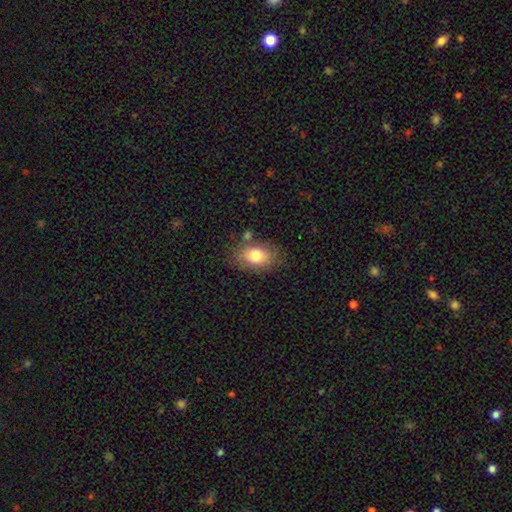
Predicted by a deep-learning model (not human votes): The model was most divided on "merging": none: 73%, minor disturbance: 16%, merger: 6%, major disturbance: 5%. More confident: how rounded — in between (80%); smooth or featured — smooth (78%).